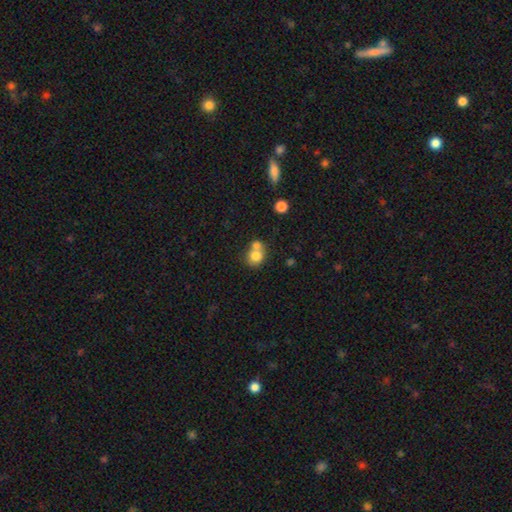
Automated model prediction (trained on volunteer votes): Smooth or featured: smooth — 77% (featured or disk — 13%)
How rounded: round — 74% (in between — 25%)
Merging: merger — 53% (none — 36%)